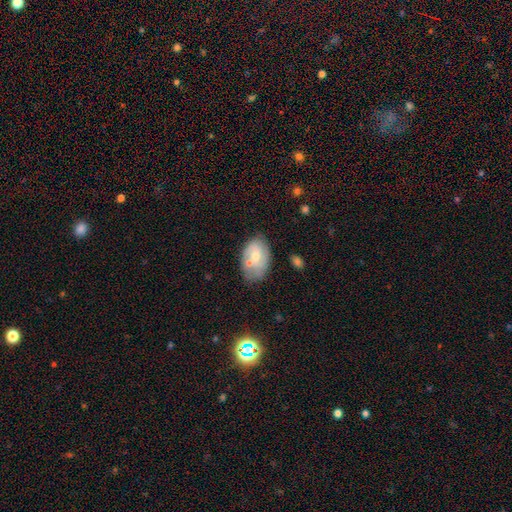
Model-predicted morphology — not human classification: Smooth or featured: smooth — 48% (featured or disk — 45%)
Merging: none — 52% (minor disturbance — 24%)